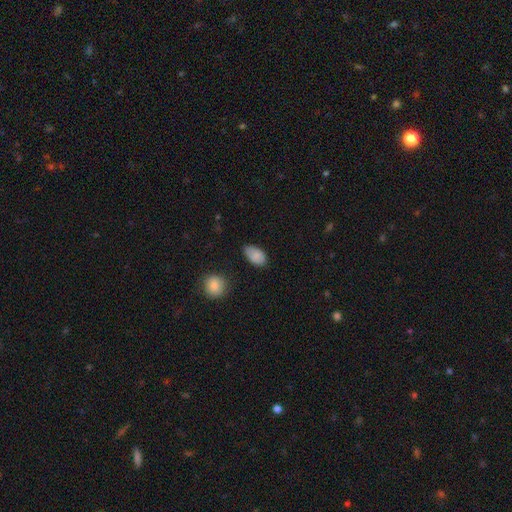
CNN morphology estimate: Overall: smooth (83%). How rounded: in between (92%). Merging: none (67%).